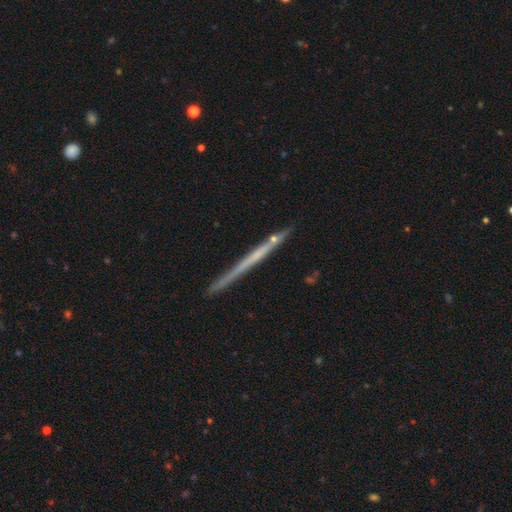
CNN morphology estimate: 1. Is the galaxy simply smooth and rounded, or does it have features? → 56% featured or disk, 38% smooth, 6% star or artifact.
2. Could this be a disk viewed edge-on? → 96% yes, 4% no.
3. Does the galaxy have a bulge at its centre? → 92% none, 5% rounded, 3% boxy.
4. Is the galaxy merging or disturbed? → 84% none, 11% minor disturbance, 3% merger, 2% major disturbance.